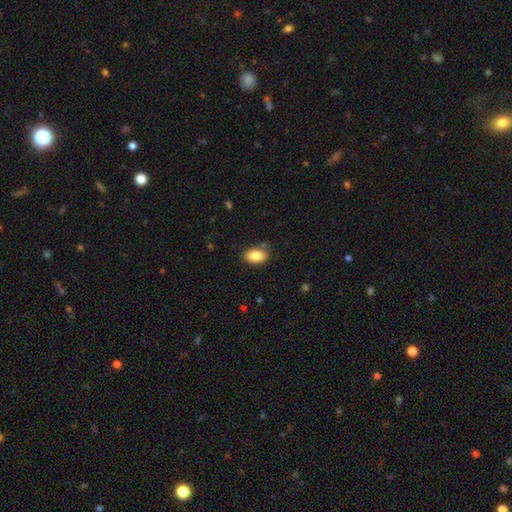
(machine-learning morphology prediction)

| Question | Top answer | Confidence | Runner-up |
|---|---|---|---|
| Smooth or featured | smooth | 82% | featured or disk (10%) |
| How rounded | in between | 91% | round (7%) |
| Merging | none | 78% | minor disturbance (15%) |